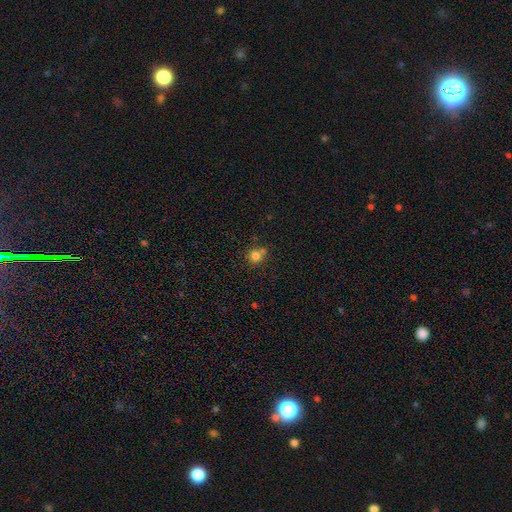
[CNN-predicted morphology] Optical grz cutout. It shows a smooth galaxy with no disk features (78%) that is round (84%). Merging: none (54%).